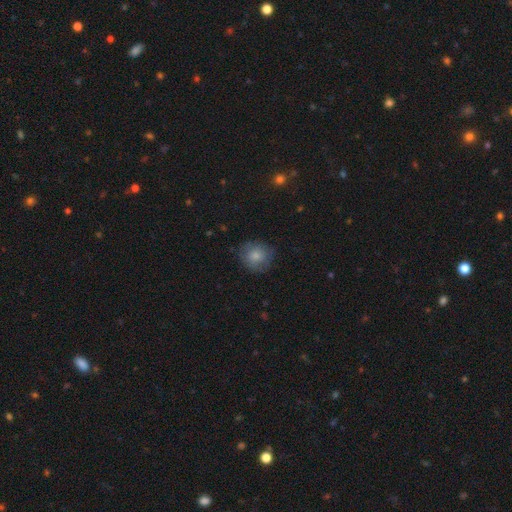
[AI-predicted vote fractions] Smooth or featured?
  - smooth: 76% *
  - featured or disk: 16%
  - star or artifact: 8%
How rounded?
  - round: 85% *
  - in between: 14%
  - cigar-shaped: 1%
Merging?
  - none: 77% *
  - minor disturbance: 17%
  - major disturbance: 5%
  - merger: 1%